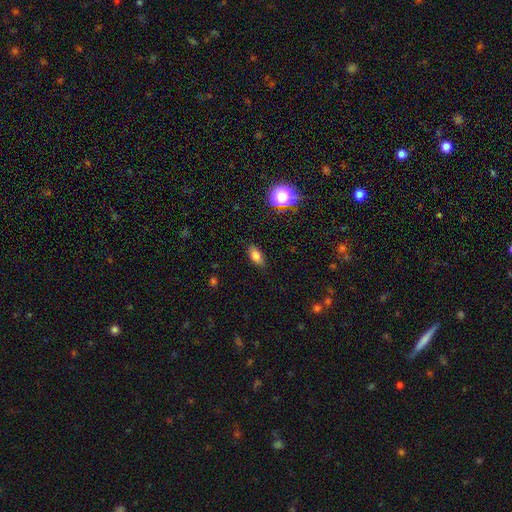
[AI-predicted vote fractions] Overall: smooth (77%). How rounded: in between (83%). Merging: none (86%).